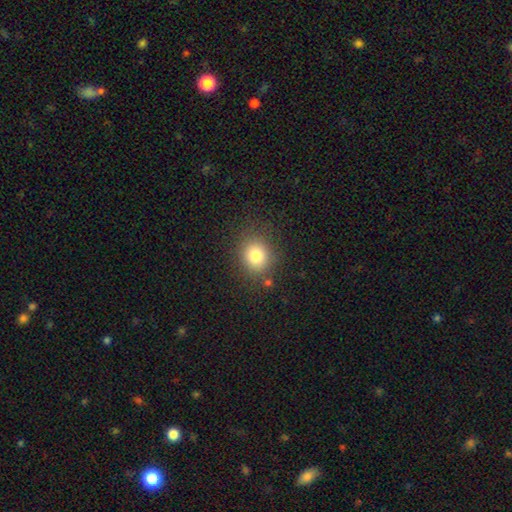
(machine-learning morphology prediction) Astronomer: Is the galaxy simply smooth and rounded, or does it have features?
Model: smooth — 80%.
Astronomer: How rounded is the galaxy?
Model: round — 74%.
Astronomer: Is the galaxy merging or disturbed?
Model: none — 81%.